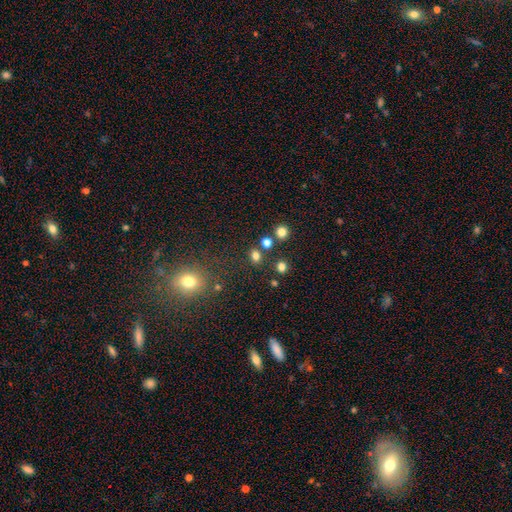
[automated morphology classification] smooth-or-featured: smooth: 75% | star or artifact: 18% | featured or disk: 6%
  how-rounded: round: 54% | in between: 45% | cigar-shaped: 1%
  merging: none: 77% | minor disturbance: 10% | merger: 9% | major disturbance: 4%